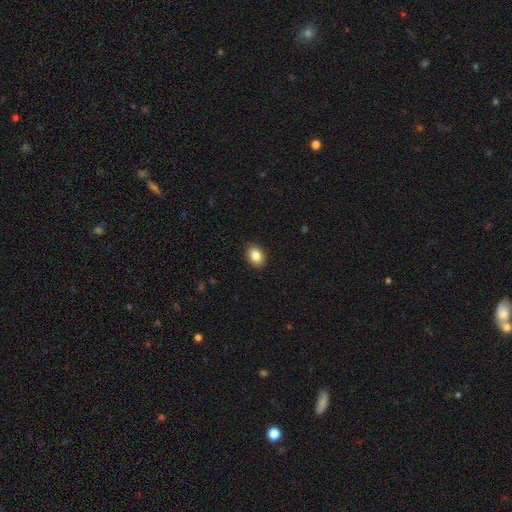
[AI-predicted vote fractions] smooth_or_featured: smooth (p=0.85) [alt: star or artifact p=0.09]
how_rounded: in between (p=0.69) [alt: round p=0.30]
merging: none (p=0.89) [alt: minor disturbance p=0.09]